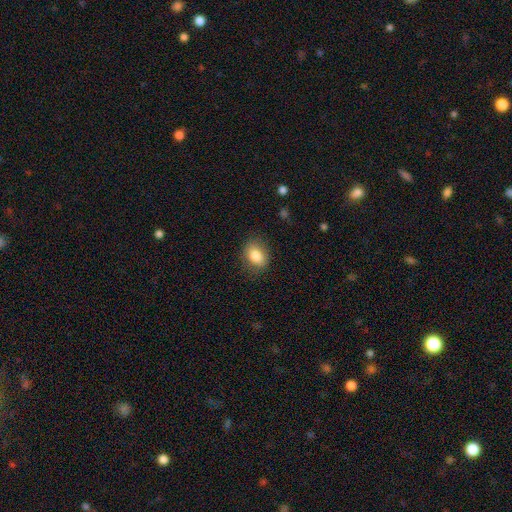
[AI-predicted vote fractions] Morphology: type=smooth (83%); roundness=in between (71%); merging=none (80%).